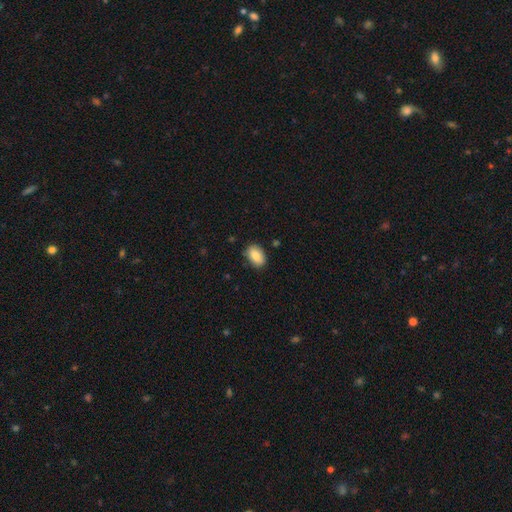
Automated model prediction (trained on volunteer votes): Smooth or featured? Predicted: smooth (p=0.84). How rounded? Predicted: in between (p=0.88). Merging? Predicted: none (p=0.83).